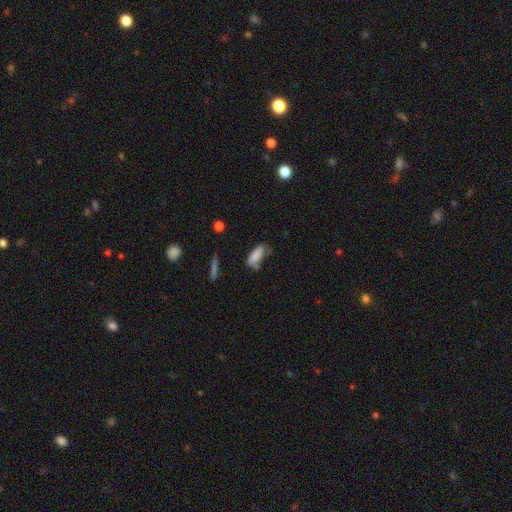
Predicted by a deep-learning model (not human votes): Smooth or featured? smooth (82%)
How rounded? in between (76%)
Merging? none (45%)